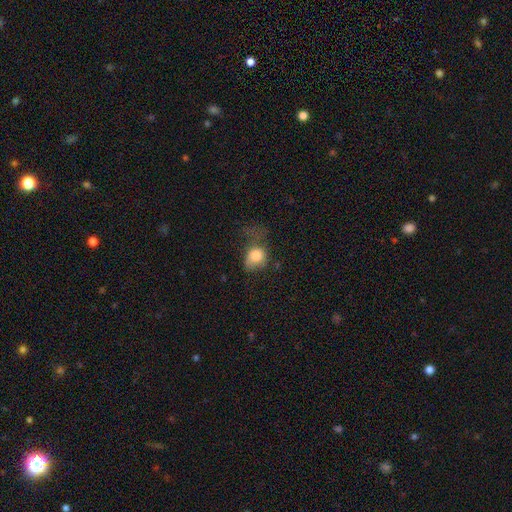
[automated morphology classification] Smooth or featured?
  - smooth: 77% *
  - featured or disk: 13%
  - star or artifact: 10%
How rounded?
  - round: 51% *
  - in between: 48%
  - cigar-shaped: 1%
Merging?
  - major disturbance: 41% *
  - minor disturbance: 30%
  - none: 25%
  - merger: 4%